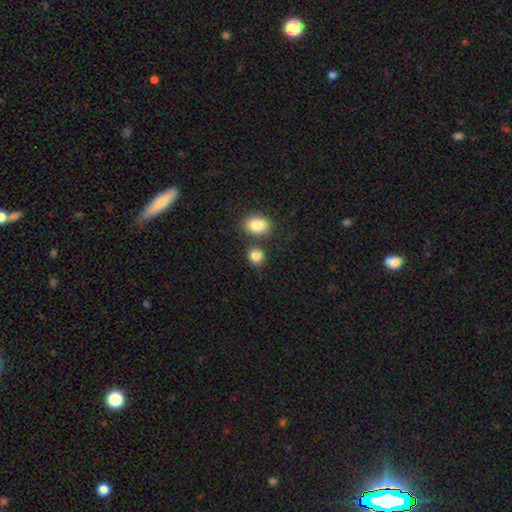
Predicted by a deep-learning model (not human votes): smooth-or-featured: smooth: 86% | star or artifact: 9% | featured or disk: 5%
  how-rounded: round: 68% | in between: 31% | cigar-shaped: 1%
  merging: none: 69% | merger: 17% | minor disturbance: 10% | major disturbance: 3%